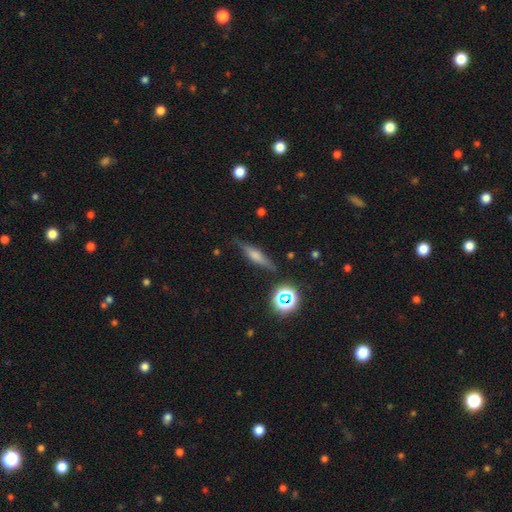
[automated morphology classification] This appears to be a featured or disk galaxy (46%). Merging: none (80%).